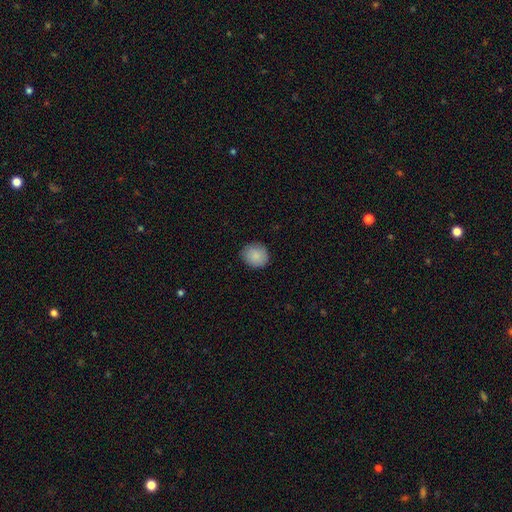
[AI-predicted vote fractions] Q: Smooth or featured?
A: smooth (88%); runner-up: star or artifact (7%)
Q: How rounded?
A: round (78%); runner-up: in between (21%)
Q: Merging?
A: none (88%); runner-up: minor disturbance (9%)